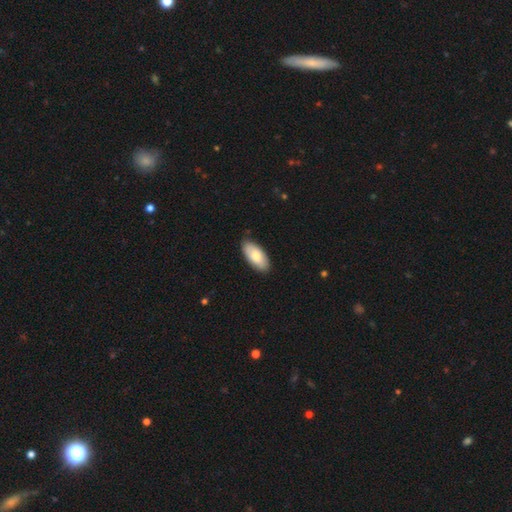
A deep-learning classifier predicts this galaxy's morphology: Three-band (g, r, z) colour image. It shows a smooth galaxy with no disk features (78%) that is in between round and cigar-shaped (90%). Merging: none (86%).